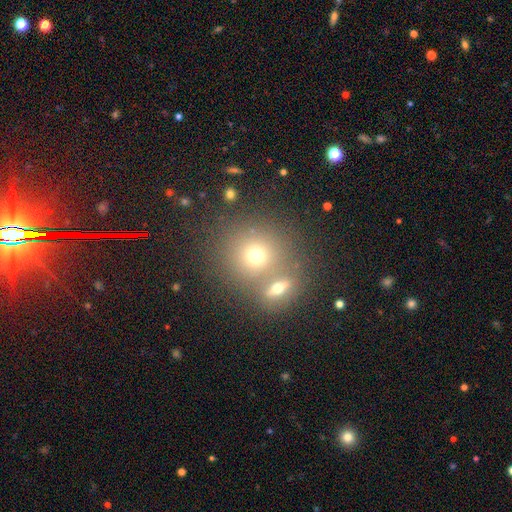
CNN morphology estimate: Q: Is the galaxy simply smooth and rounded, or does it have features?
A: smooth — 69%.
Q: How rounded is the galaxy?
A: round — 85%.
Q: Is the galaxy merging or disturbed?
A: none — 52%.